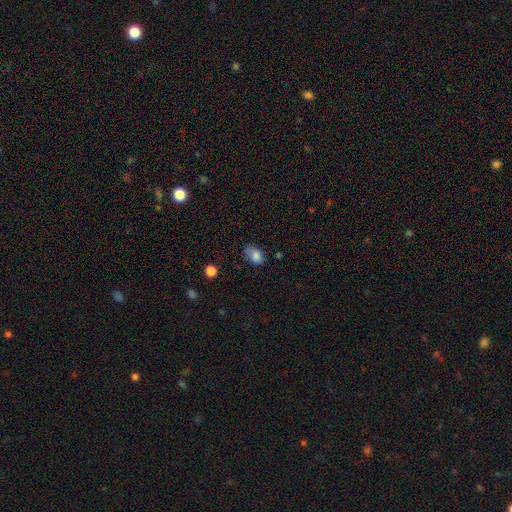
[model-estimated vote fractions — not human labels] Q: Smooth or featured?
A: smooth (80%); runner-up: star or artifact (10%)
Q: How rounded?
A: in between (73%); runner-up: round (26%)
Q: Merging?
A: none (45%); runner-up: minor disturbance (36%)